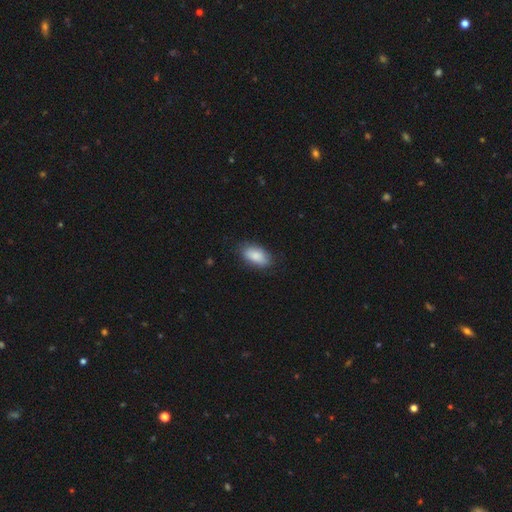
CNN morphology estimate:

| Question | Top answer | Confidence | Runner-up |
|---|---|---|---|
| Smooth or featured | smooth | 87% | featured or disk (7%) |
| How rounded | in between | 92% | cigar-shaped (5%) |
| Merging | none | 81% | minor disturbance (14%) |